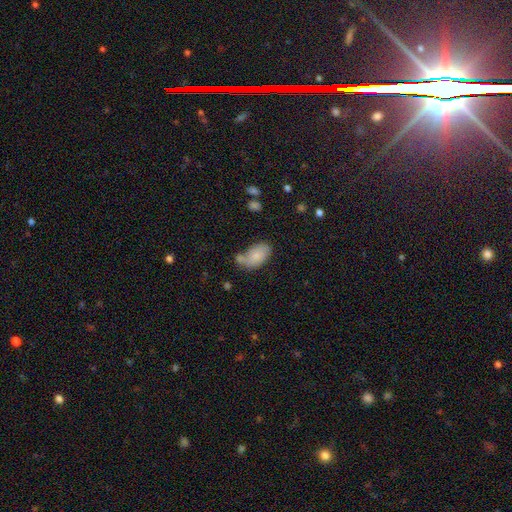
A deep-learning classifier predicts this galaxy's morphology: smooth-or-featured: smooth: 79% | featured or disk: 13% | star or artifact: 8%
  how-rounded: in between: 93% | round: 5% | cigar-shaped: 2%
  merging: none: 49% | merger: 22% | minor disturbance: 22% | major disturbance: 7%